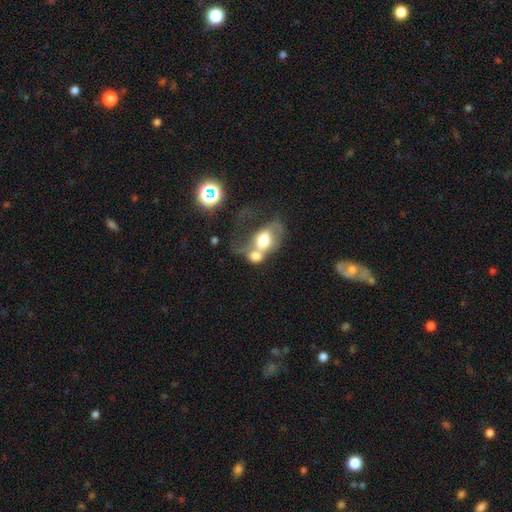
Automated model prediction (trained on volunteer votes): Overall: smooth (59%; featured or disk 30%). How rounded: in between (63%; round 35%). Merging: merger (69%).